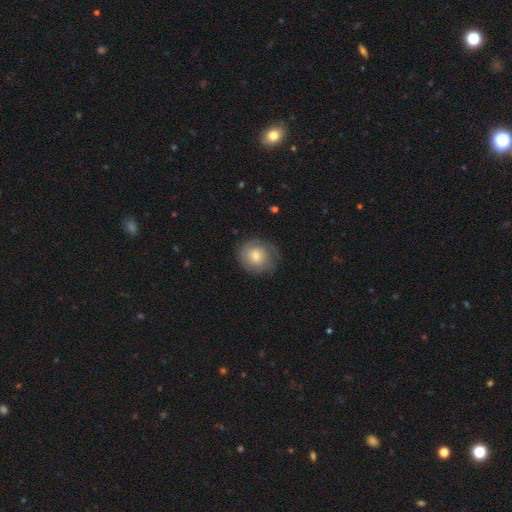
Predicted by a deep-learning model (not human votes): Q: Smooth or featured?
A: smooth (56%); runner-up: featured or disk (36%)
Q: How rounded?
A: round (77%); runner-up: in between (22%)
Q: Merging?
A: none (74%); runner-up: minor disturbance (18%)